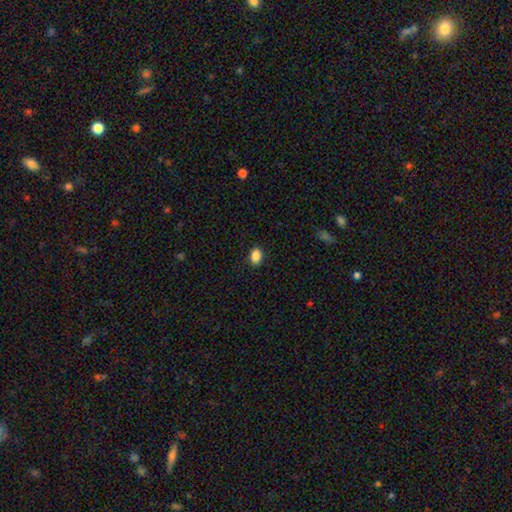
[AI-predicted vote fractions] smooth_or_featured: smooth (p=0.88) [alt: star or artifact p=0.09]
how_rounded: in between (p=0.77) [alt: round p=0.21]
merging: none (p=0.89) [alt: minor disturbance p=0.08]